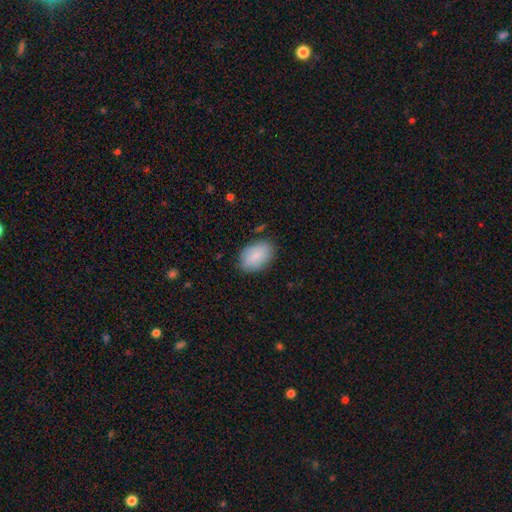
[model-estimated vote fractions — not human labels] smooth-or-featured: smooth: 86% | featured or disk: 7% | star or artifact: 6%
  how-rounded: in between: 90% | round: 8% | cigar-shaped: 1%
  merging: none: 81% | minor disturbance: 14% | major disturbance: 3% | merger: 1%